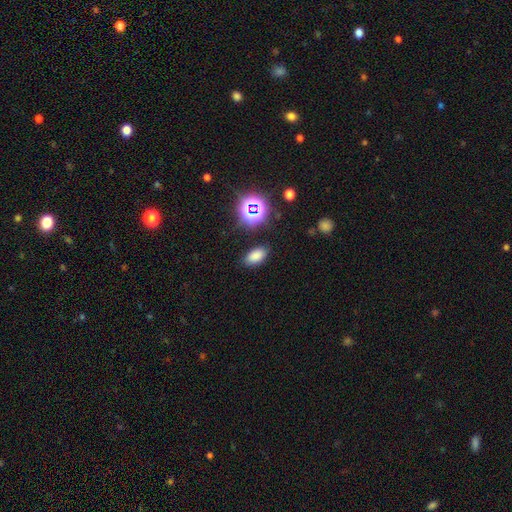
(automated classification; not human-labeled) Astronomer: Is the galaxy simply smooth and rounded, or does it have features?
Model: smooth — 75%.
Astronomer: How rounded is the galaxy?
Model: in between — 90%.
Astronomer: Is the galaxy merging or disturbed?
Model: none — 84%.